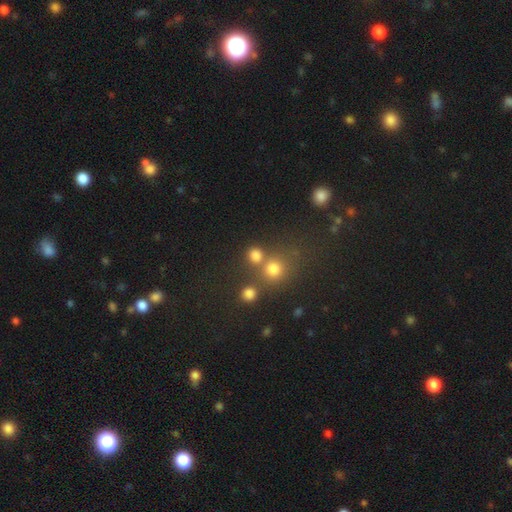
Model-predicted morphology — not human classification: smooth_or_featured: smooth (p=0.78) [alt: star or artifact p=0.16]
how_rounded: round (p=0.85) [alt: in between p=0.14]
merging: none (p=0.64) [alt: merger p=0.23]